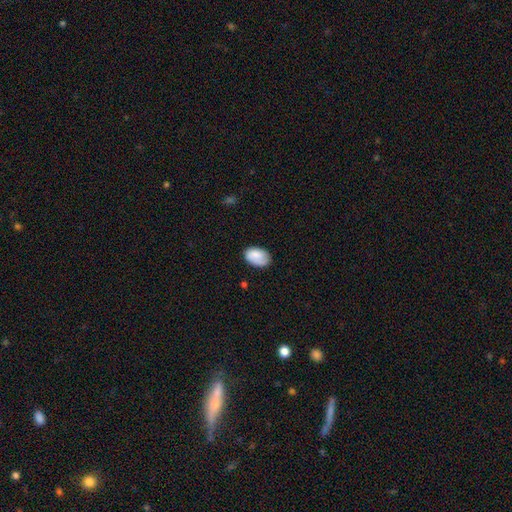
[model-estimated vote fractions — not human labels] This appears to be a smooth galaxy with no disk features (81%) that is in between round and cigar-shaped (90%). Merging: none (71%).